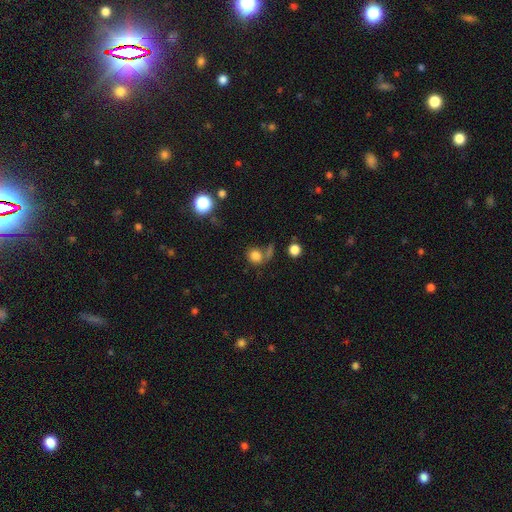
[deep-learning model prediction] Overall: smooth (79%). How rounded: round (72%). Merging: none (51%; merger 25%).